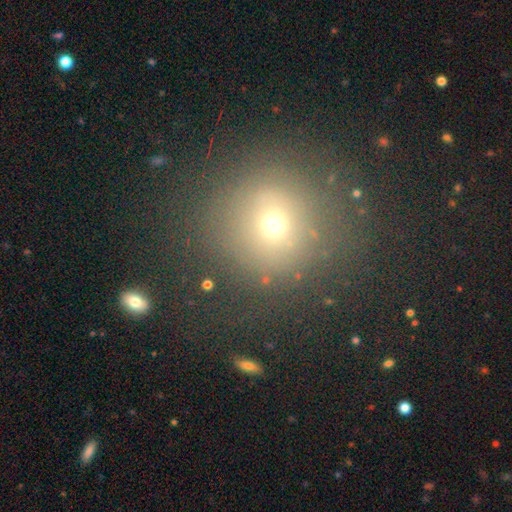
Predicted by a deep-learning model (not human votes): Smooth or featured: smooth — 61% (star or artifact — 26%)
How rounded: round — 93% (in between — 6%)
Merging: none — 81% (minor disturbance — 10%)